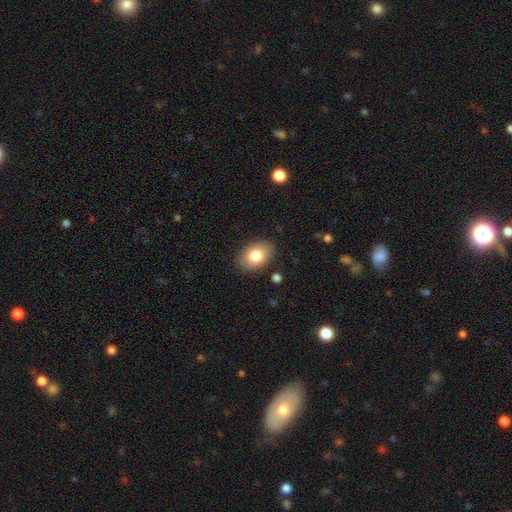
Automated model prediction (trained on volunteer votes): This appears to be a smooth galaxy with no disk features (79%) that is in between round and cigar-shaped (78%). Merging: none (86%).